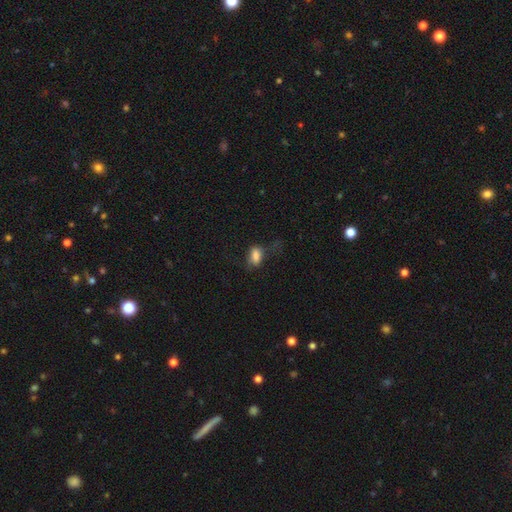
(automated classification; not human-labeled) Smooth or featured: smooth — 80% (featured or disk — 10%)
How rounded: in between — 87% (round — 8%)
Merging: none — 50% (minor disturbance — 26%)